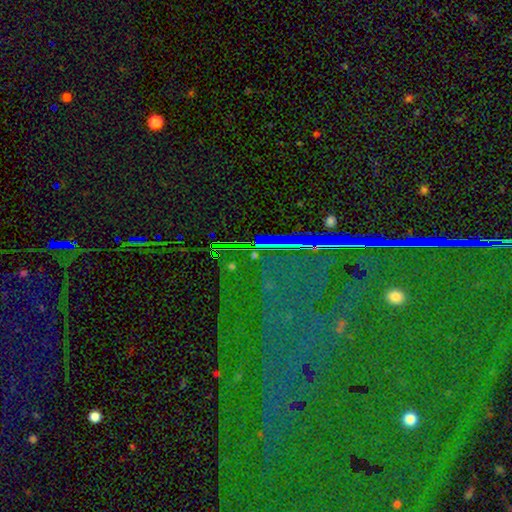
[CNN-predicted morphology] Smooth or featured?
  - star or artifact: 82% *
  - featured or disk: 9%
  - smooth: 9%